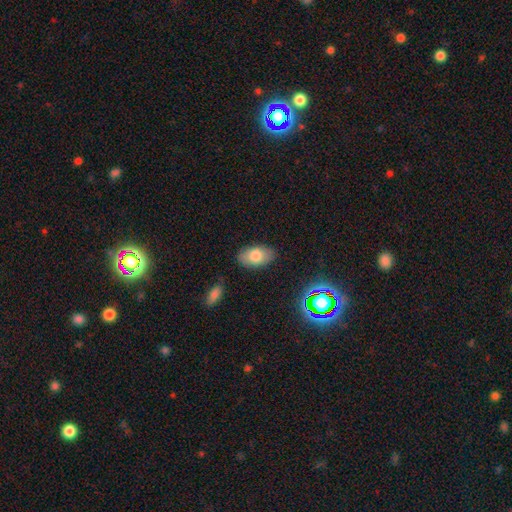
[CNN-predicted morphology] Smooth or featured: smooth — 76% (featured or disk — 15%)
How rounded: in between — 93% (round — 6%)
Merging: none — 83% (minor disturbance — 12%)